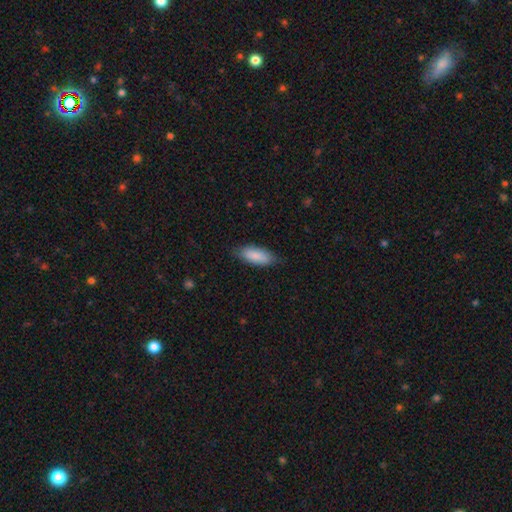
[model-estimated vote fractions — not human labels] The model was most divided on "how rounded": in between: 78%, cigar-shaped: 20%, round: 2%. More confident: smooth or featured — smooth (86%); merging — none (79%).